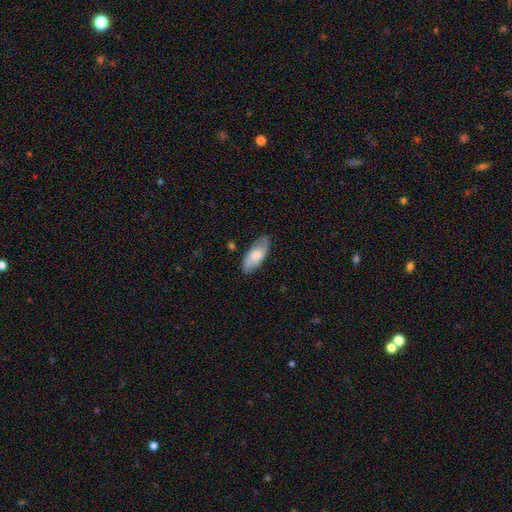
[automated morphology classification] Smooth or featured: smooth — 56% (featured or disk — 38%)
How rounded: in between — 81% (cigar-shaped — 17%)
Merging: none — 81% (minor disturbance — 15%)